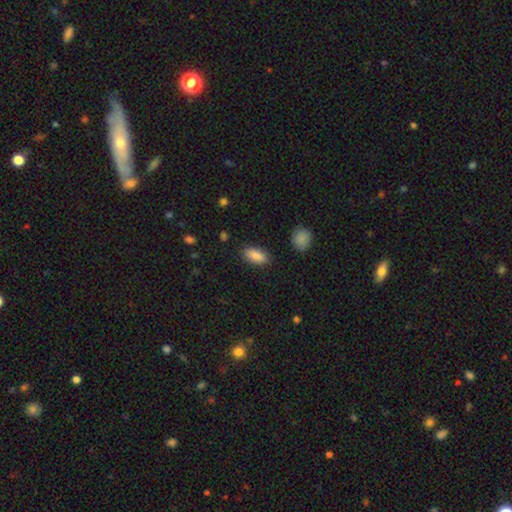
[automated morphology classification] This appears to be a smooth galaxy with no disk features (88%) that is in between round and cigar-shaped (88%). Merging: none (86%).